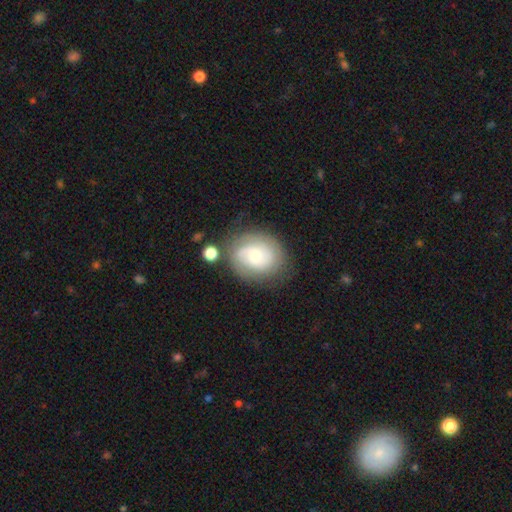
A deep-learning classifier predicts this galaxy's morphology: featured or disk 58%, smooth 34%, star or artifact 7%. Down the decision tree: edge-on disk — no (97%); bar — no (67%); spiral arms — yes (85%); bulge size — small (46%); merging — none (70%).